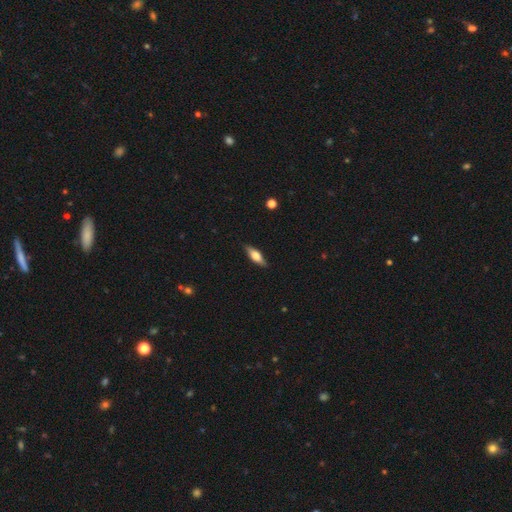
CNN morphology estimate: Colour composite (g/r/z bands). It shows a smooth galaxy with no disk features (57%) that is in between round and cigar-shaped (57%). Merging: none (85%).